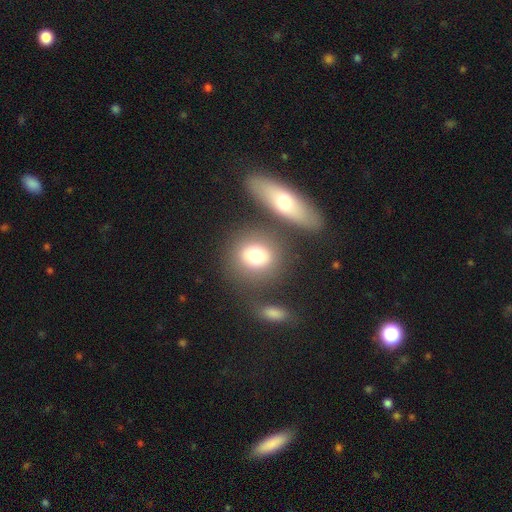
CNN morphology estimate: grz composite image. It shows a smooth galaxy with no disk features (74%) that is round (71%). Merging: none (68%).